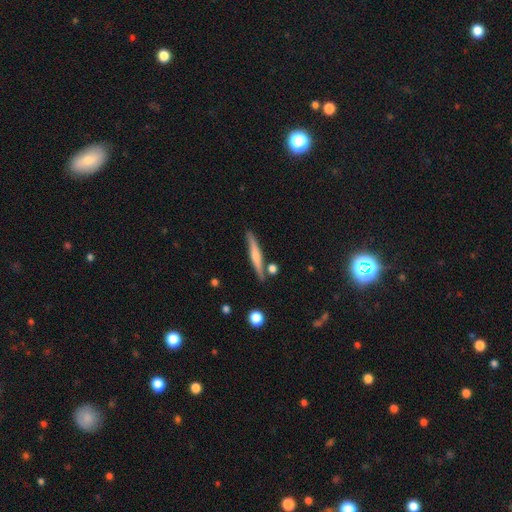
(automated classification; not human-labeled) This appears to be a featured or disk galaxy (53%) viewed edge-on (96%) with a rounded central bulge (64%). Merging: none (81%).